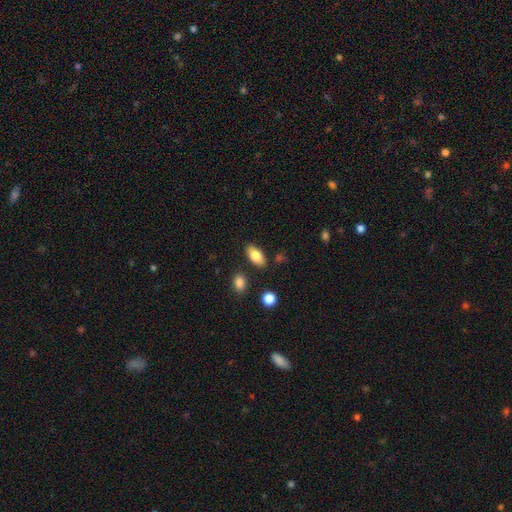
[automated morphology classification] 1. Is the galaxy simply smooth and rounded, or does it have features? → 81% smooth, 12% featured or disk, 7% star or artifact.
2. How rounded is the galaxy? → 90% in between, 6% cigar-shaped, 4% round.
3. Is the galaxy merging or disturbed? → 84% none, 10% minor disturbance, 3% merger, 2% major disturbance.